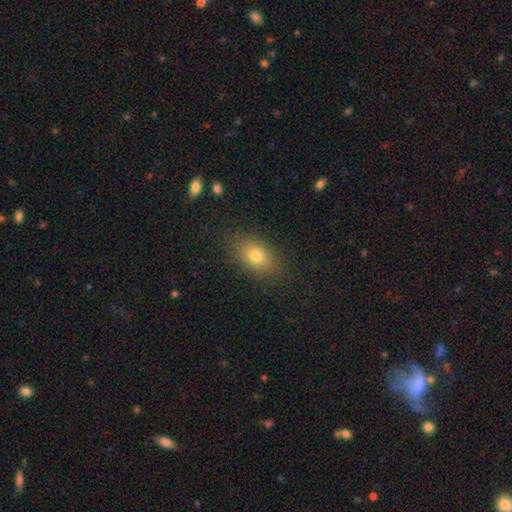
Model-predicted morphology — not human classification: Smooth or featured: smooth — 77% (featured or disk — 12%)
How rounded: in between — 82% (round — 16%)
Merging: none — 84% (minor disturbance — 11%)